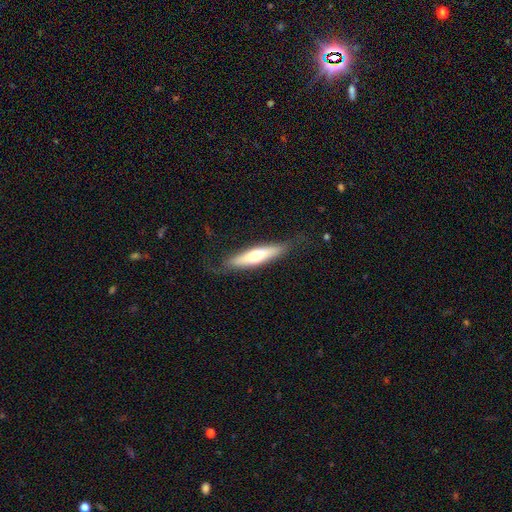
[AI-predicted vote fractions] This is possibly a smooth galaxy (50%). How rounded: likely cigar-shaped (77%). Merging: likely none (78%).